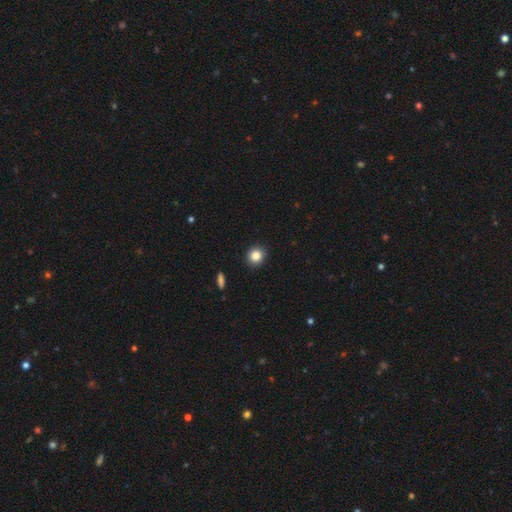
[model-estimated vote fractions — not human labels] smooth-or-featured: smooth: 85% | star or artifact: 10% | featured or disk: 5%
  how-rounded: round: 85% | in between: 14% | cigar-shaped: 1%
  merging: none: 89% | minor disturbance: 8% | major disturbance: 2% | merger: 1%